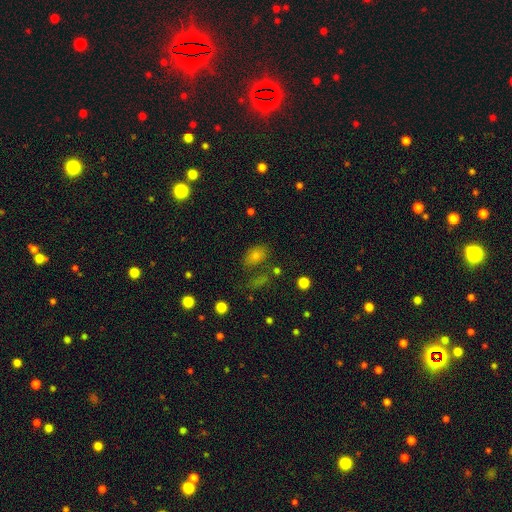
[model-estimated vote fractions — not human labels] This is likely a smooth galaxy (66%). How rounded: clearly in between (82%). Merging: likely none (65%).